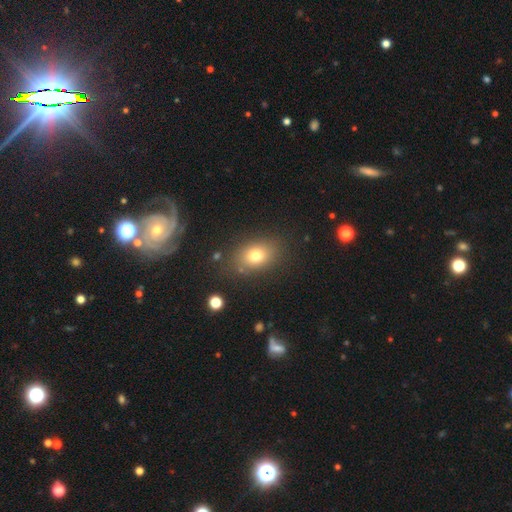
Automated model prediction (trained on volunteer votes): Overall: smooth (75%). How rounded: in between (70%). Merging: none (81%).